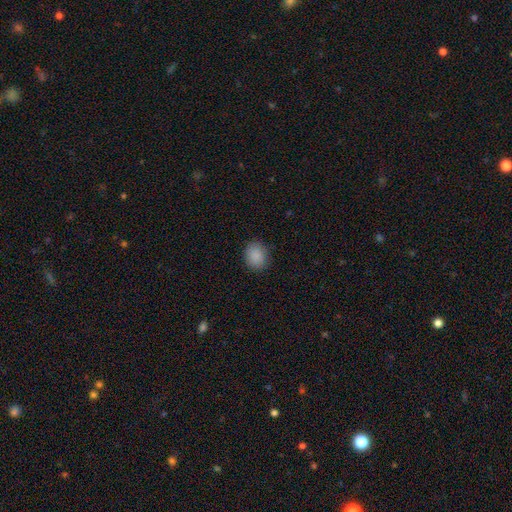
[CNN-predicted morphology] The model was most divided on "how rounded": round: 56%, in between: 43%, cigar-shaped: 1%. More confident: smooth or featured — smooth (88%); merging — none (86%).